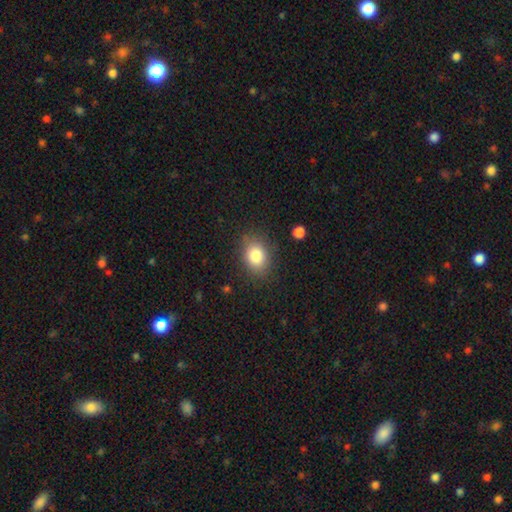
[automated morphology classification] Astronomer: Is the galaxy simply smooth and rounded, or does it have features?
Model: smooth — 83%.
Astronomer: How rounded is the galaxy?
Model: in between — 61% (runner-up: round, 38%).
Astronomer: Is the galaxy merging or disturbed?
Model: none — 83%.